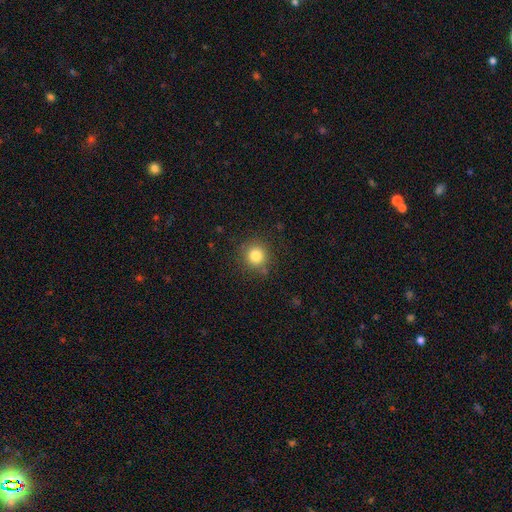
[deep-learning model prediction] A smooth galaxy with no disk features (82%) that is round (92%). Merging: none (86%).